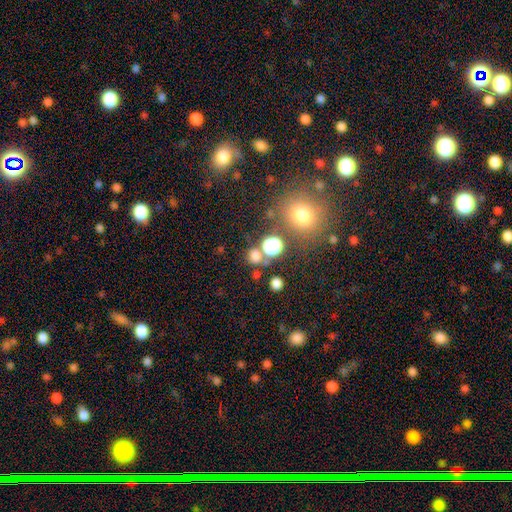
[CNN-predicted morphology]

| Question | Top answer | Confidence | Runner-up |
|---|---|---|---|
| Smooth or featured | smooth | 68% | star or artifact (25%) |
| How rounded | round | 84% | in between (15%) |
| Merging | none | 68% | merger (18%) |